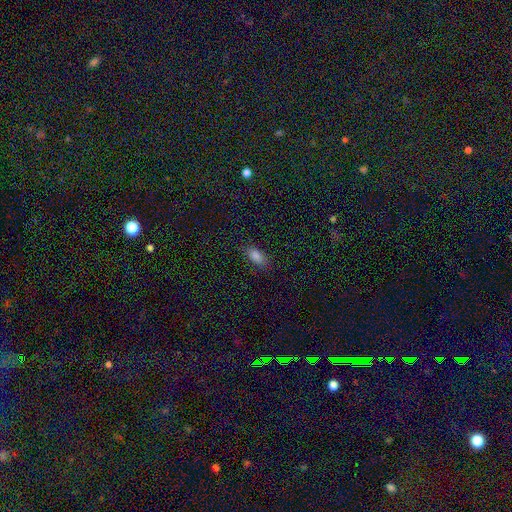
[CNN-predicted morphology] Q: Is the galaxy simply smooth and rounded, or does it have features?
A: smooth — 83%.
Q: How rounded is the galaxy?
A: in between — 88%.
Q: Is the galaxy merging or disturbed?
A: none — 84%.